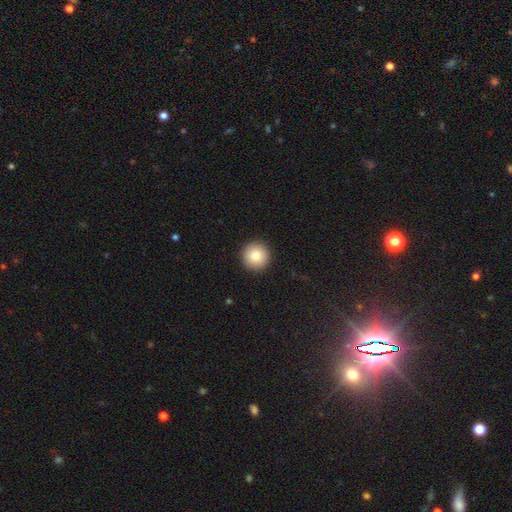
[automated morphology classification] Overall: smooth (83%). How rounded: round (96%). Merging: none (93%).